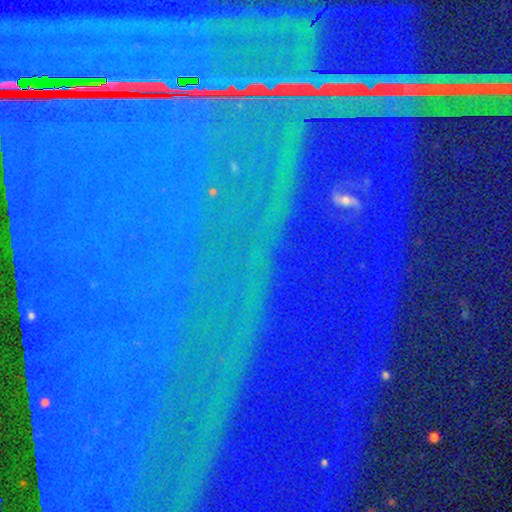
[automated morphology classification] smooth-or-featured: star or artifact: 88% | featured or disk: 7% | smooth: 5%